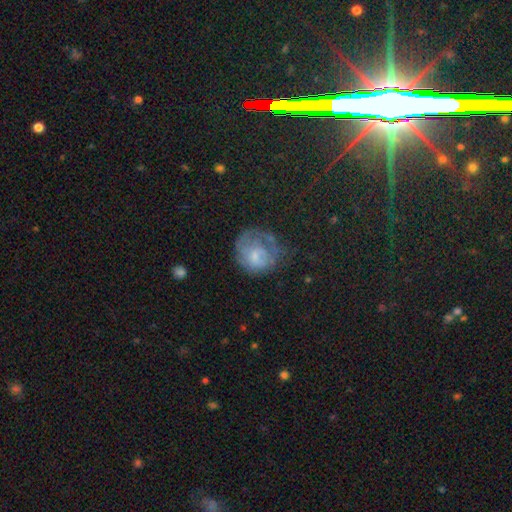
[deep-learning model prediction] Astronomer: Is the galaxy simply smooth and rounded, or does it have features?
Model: smooth — 46% (runner-up: featured or disk, 42%).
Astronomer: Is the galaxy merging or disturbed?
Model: none — 43% (runner-up: major disturbance, 29%).